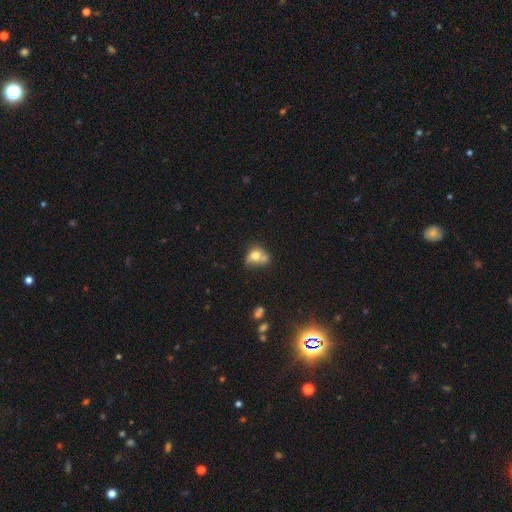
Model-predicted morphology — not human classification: smooth-or-featured: smooth: 69% | featured or disk: 21% | star or artifact: 11%
  how-rounded: round: 51% | in between: 48% | cigar-shaped: 1%
  merging: merger: 48% | none: 26% | minor disturbance: 16% | major disturbance: 10%